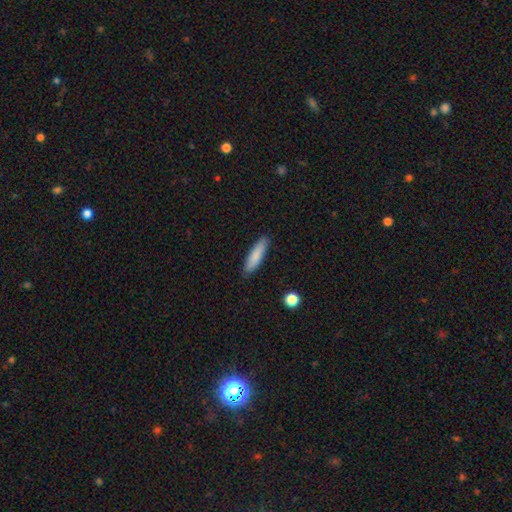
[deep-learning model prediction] The model was most divided on "how rounded": cigar-shaped: 73%, in between: 26%, round: 1%. More confident: merging — none (88%); smooth or featured — smooth (82%).